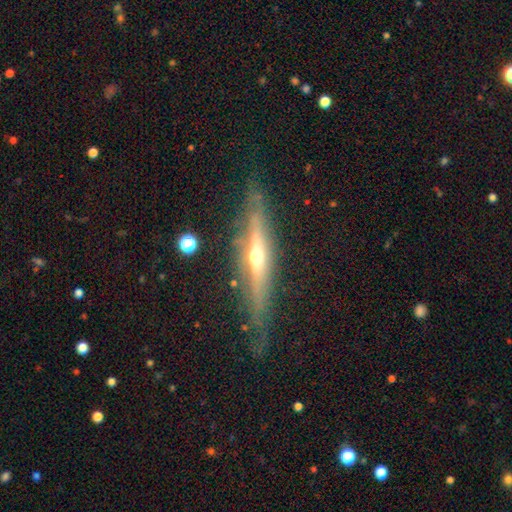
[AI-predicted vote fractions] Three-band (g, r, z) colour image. It shows a featured or disk galaxy (76%) viewed edge-on (92%) with a rounded central bulge (85%). Merging: none (76%).